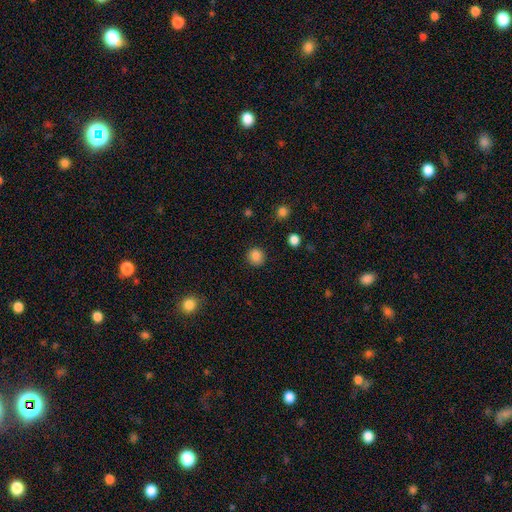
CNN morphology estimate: Overall: smooth (86%). How rounded: round (89%). Merging: none (89%).